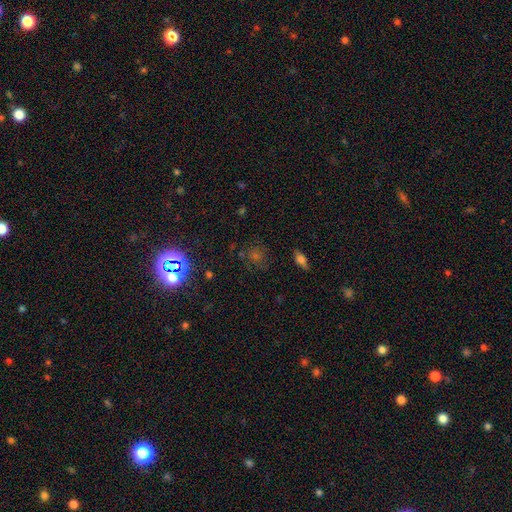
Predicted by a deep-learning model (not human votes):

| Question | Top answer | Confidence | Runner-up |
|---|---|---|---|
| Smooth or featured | star or artifact | 52% | smooth (36%) |